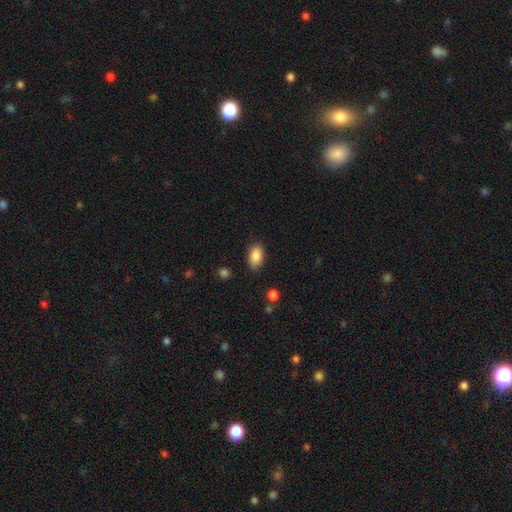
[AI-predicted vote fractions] smooth-or-featured: smooth: 87% | star or artifact: 7% | featured or disk: 6%
  how-rounded: in between: 92% | round: 5% | cigar-shaped: 3%
  merging: none: 83% | minor disturbance: 13% | major disturbance: 3% | merger: 1%